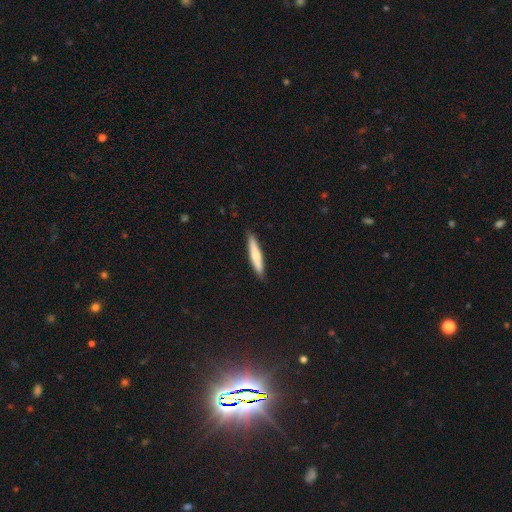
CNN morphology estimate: type=smooth (62%); roundness=cigar-shaped (90%); merging=none (90%).